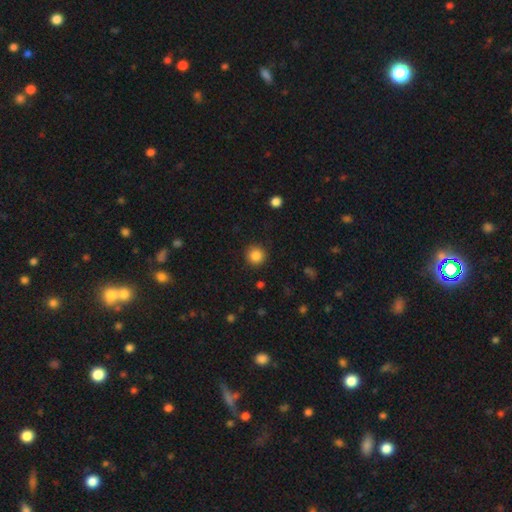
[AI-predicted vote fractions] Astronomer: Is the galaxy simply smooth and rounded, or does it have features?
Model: smooth — 85%.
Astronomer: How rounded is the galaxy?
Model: round — 94%.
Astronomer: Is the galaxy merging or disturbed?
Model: none — 91%.